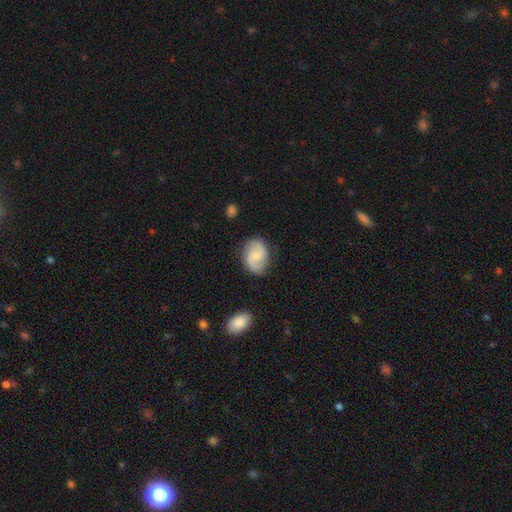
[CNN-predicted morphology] This is likely a featured or disk galaxy (64%). It is clearly not viewed edge-on (98%). Bar: possibly no (48%). Spiral arm pattern: clearly yes (93%). Spiral arm count: clearly 2 (90%). Spiral winding: marginally medium (45%). Central bulge: possibly small (52%). Merging: clearly none (80%).